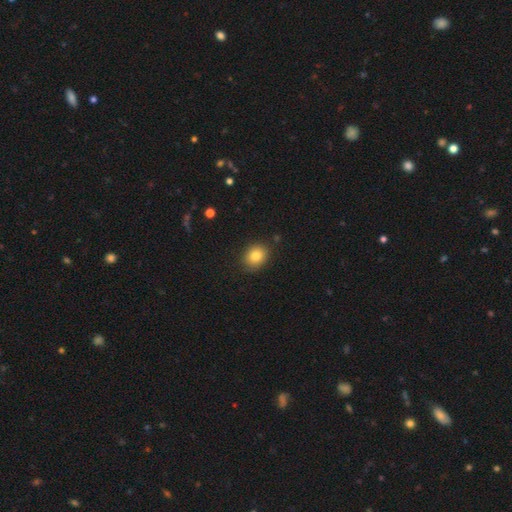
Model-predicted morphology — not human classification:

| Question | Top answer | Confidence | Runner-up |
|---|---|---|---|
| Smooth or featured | smooth | 82% | star or artifact (10%) |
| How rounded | round | 50% | in between (49%) |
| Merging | none | 83% | minor disturbance (13%) |